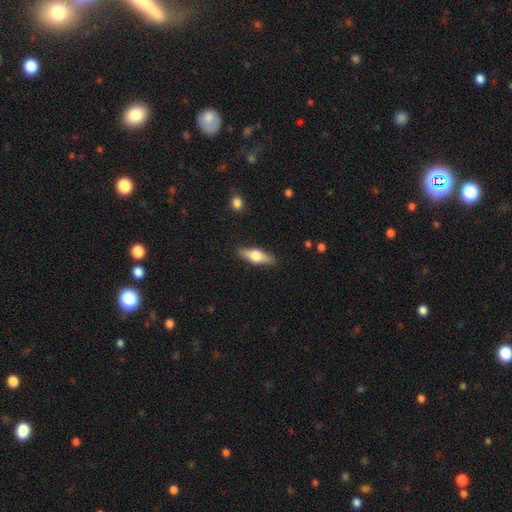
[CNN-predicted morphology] smooth 53%, featured or disk 40%, star or artifact 6%. Down the decision tree: how rounded — in between (57%); merging — none (87%).